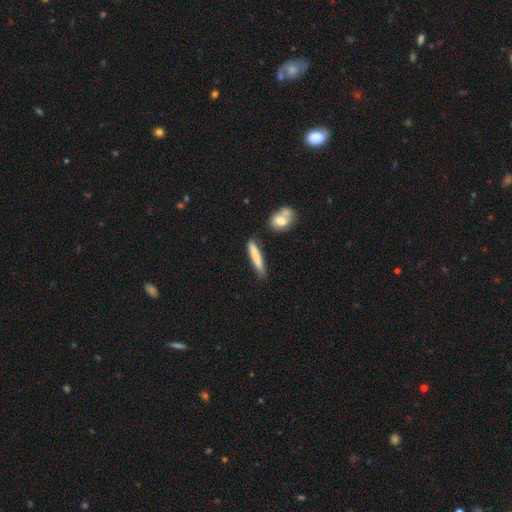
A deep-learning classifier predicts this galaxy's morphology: smooth_or_featured: smooth (p=0.76) [alt: featured or disk p=0.18]
how_rounded: cigar-shaped (p=0.91) [alt: in between p=0.07]
merging: none (p=0.76) [alt: minor disturbance p=0.16]